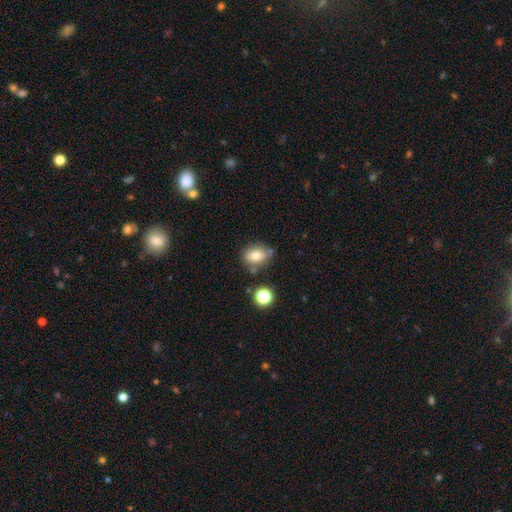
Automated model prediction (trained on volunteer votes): This appears to be a smooth galaxy with no disk features (75%) that is in between round and cigar-shaped (65%). Merging: none (66%).